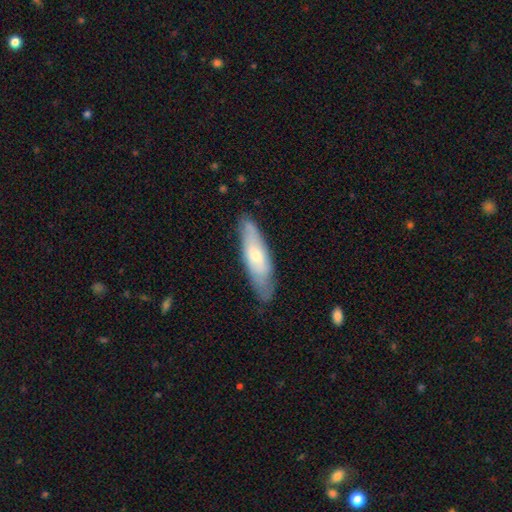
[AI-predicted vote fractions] A smooth galaxy with no disk features (49%). Merging: none (77%).